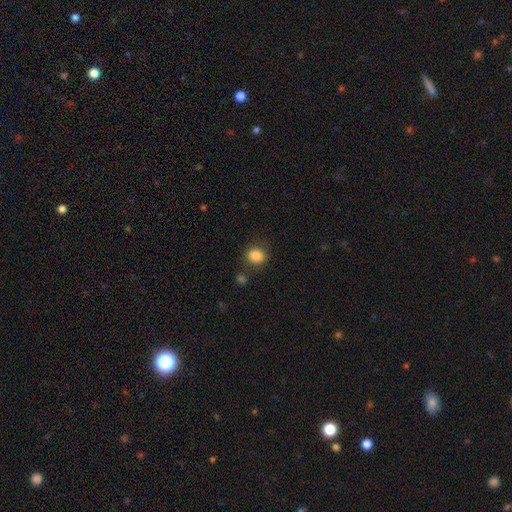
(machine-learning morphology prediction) type=smooth (85%); roundness=round (79%); merging=none (82%).